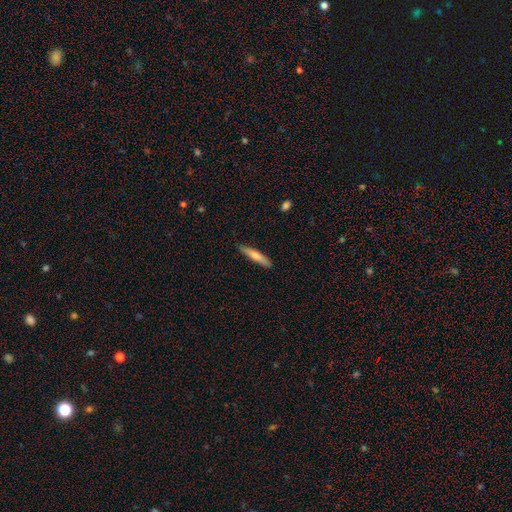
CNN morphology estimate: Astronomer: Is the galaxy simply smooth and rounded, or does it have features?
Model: smooth — 67%.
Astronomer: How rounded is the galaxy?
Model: cigar-shaped — 90%.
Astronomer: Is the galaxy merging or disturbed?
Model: none — 88%.